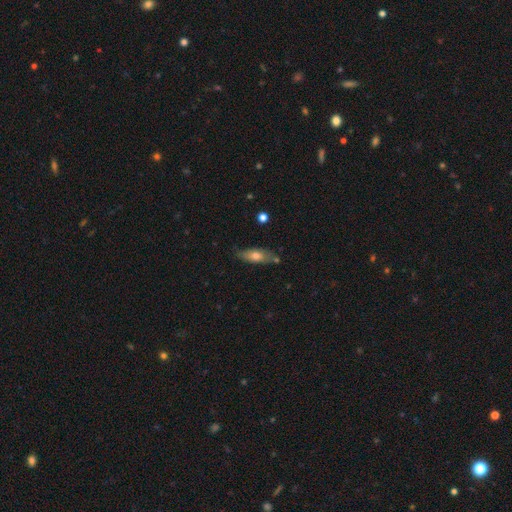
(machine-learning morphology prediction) This appears to be a smooth galaxy with no disk features (63%) that is in between round and cigar-shaped (64%). Merging: none (74%).